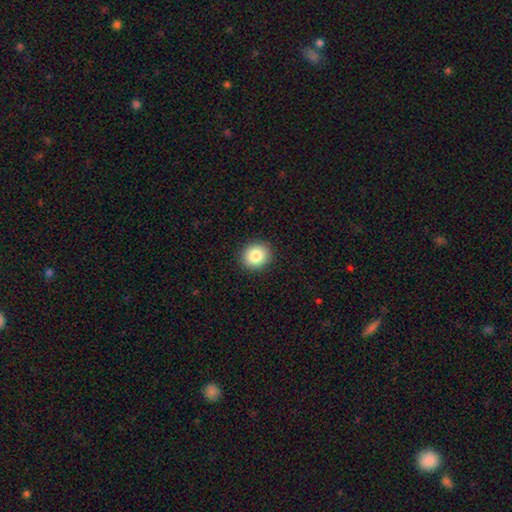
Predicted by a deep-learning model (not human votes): The model was most divided on "how rounded": round: 82%, in between: 17%, cigar-shaped: 1%. More confident: merging — none (92%); smooth or featured — smooth (84%).